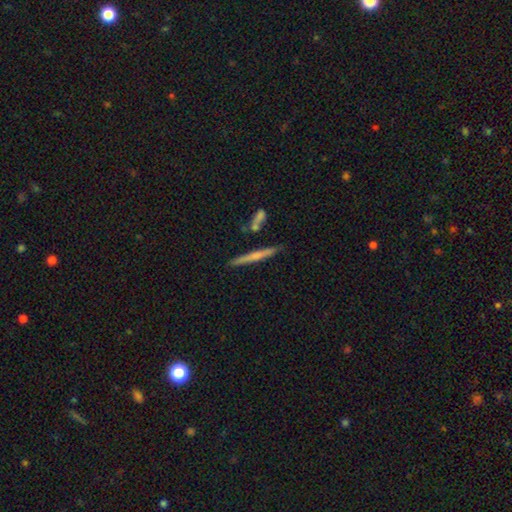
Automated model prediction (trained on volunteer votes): Q: Smooth or featured?
A: smooth (52%); runner-up: featured or disk (42%)
Q: How rounded?
A: cigar-shaped (95%); runner-up: in between (3%)
Q: Merging?
A: none (81%); runner-up: minor disturbance (10%)